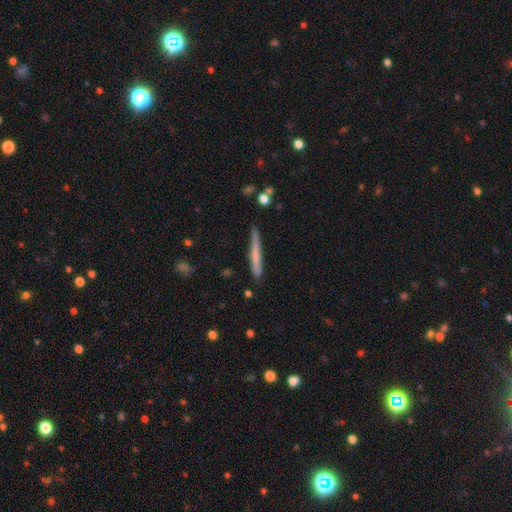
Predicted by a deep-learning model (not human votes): This is likely a smooth galaxy (60%). How rounded: clearly cigar-shaped (96%). Merging: clearly none (82%).